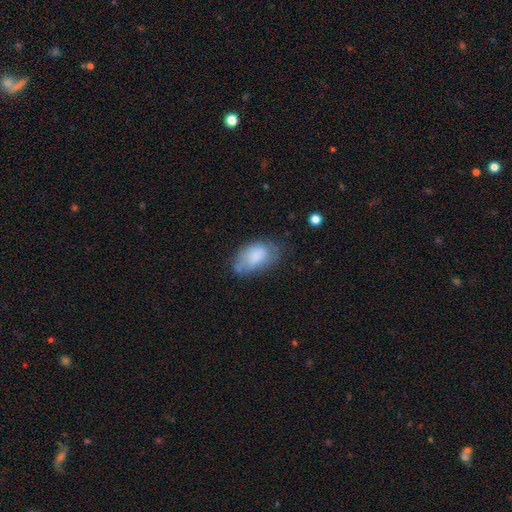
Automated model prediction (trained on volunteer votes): smooth_or_featured: smooth (p=0.72) [alt: featured or disk p=0.20]
how_rounded: in between (p=0.93) [alt: round p=0.05]
merging: none (p=0.52) [alt: minor disturbance p=0.33]